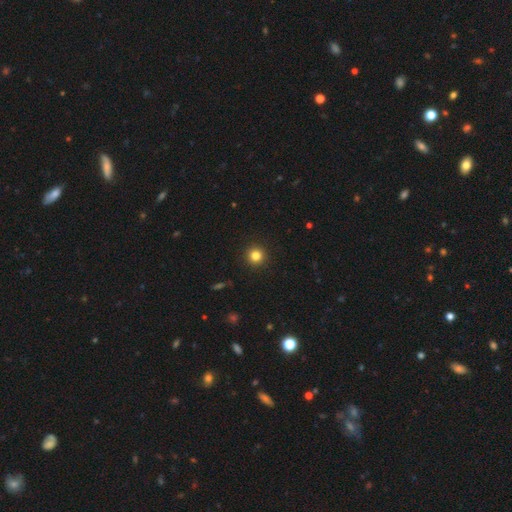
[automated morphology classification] A smooth galaxy with no disk features (82%) that is round (95%). Merging: none (93%).